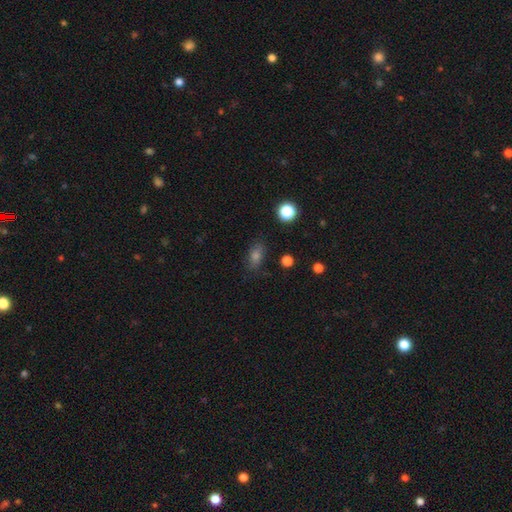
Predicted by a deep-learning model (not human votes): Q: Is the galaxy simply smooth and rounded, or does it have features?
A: smooth — 71%.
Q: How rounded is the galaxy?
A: in between — 77%.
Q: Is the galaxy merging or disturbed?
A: none — 81%.